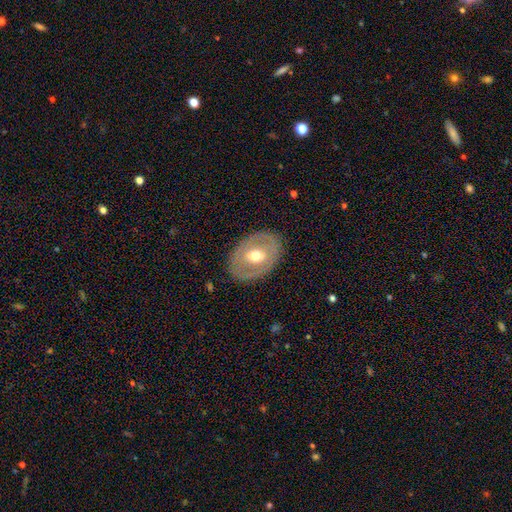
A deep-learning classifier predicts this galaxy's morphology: A featured or disk galaxy (55%). Merging: none (84%).